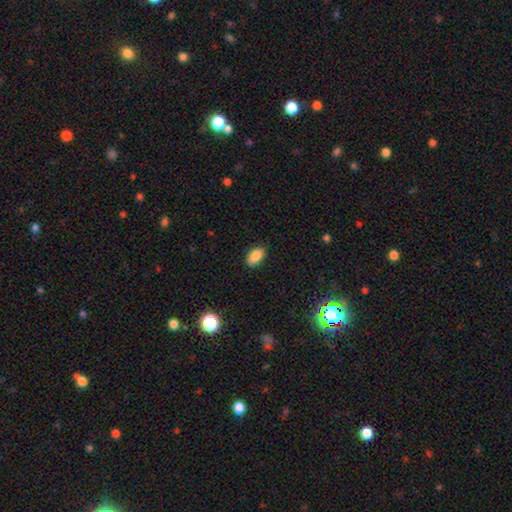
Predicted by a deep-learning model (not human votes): smooth-or-featured: smooth: 87% | star or artifact: 9% | featured or disk: 5%
  how-rounded: in between: 92% | round: 6% | cigar-shaped: 2%
  merging: none: 85% | minor disturbance: 11% | major disturbance: 2% | merger: 1%